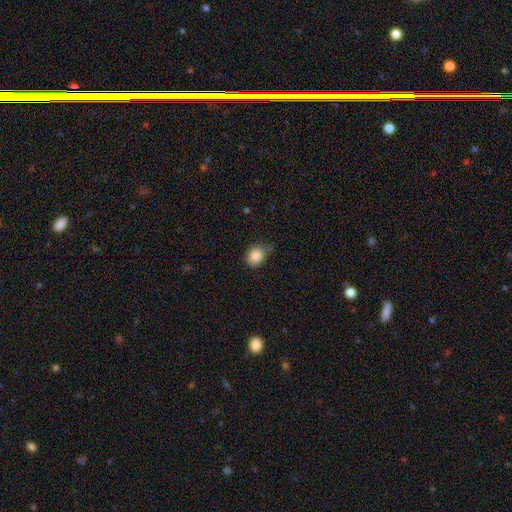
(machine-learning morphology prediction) smooth 87%, star or artifact 9%, featured or disk 4%. Down the decision tree: how rounded — round (59%); merging — none (65%).